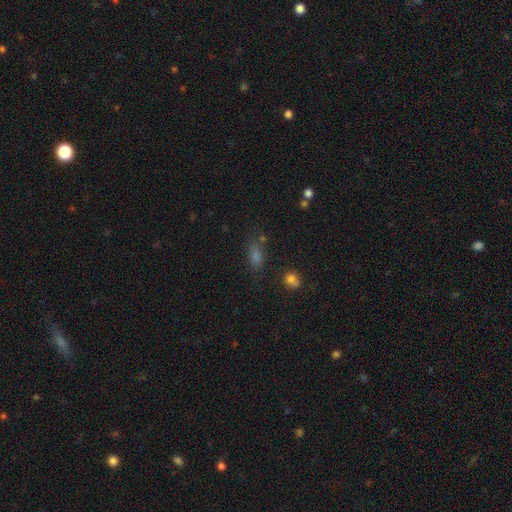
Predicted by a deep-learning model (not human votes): smooth_or_featured: smooth (p=0.65) [alt: star or artifact p=0.26]
how_rounded: in between (p=0.71) [alt: cigar-shaped p=0.15]
merging: none (p=0.69) [alt: minor disturbance p=0.17]